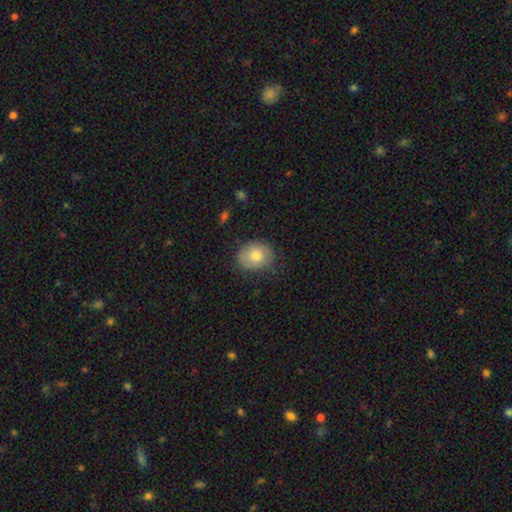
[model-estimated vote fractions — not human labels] Smooth or featured? smooth (75%)
How rounded? round (56%)
Merging? none (75%)